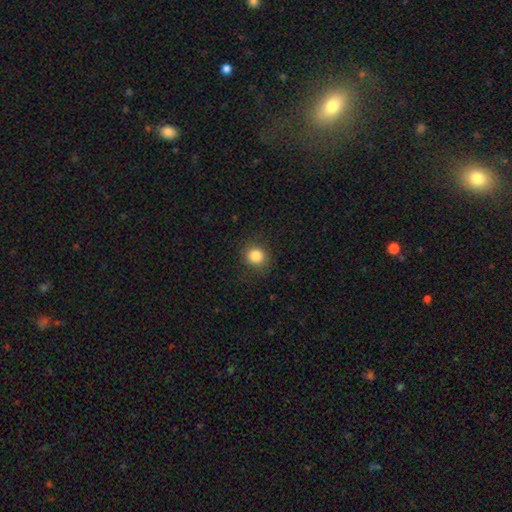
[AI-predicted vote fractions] A smooth galaxy with no disk features (85%) that is round (84%).

Vote fractions:
- Smooth or featured? smooth: 85% / star or artifact: 10% / featured or disk: 5%
- How rounded? round: 84% / in between: 15% / cigar-shaped: 1%
- Merging? none: 86% / minor disturbance: 10% / major disturbance: 3% / merger: 1%